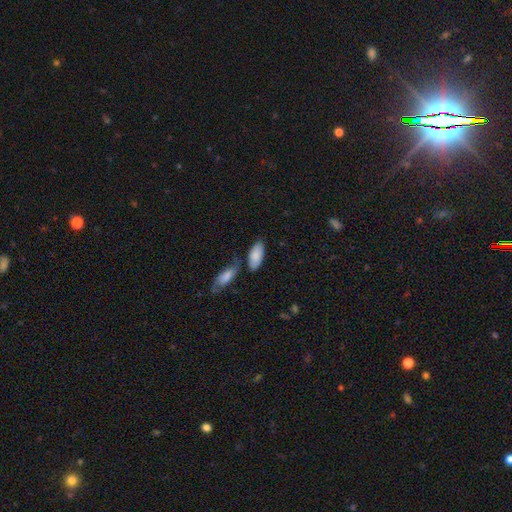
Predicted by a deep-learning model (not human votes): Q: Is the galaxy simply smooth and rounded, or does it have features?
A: smooth — 83%.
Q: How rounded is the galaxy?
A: in between — 90%.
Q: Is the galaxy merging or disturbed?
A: none — 60%.